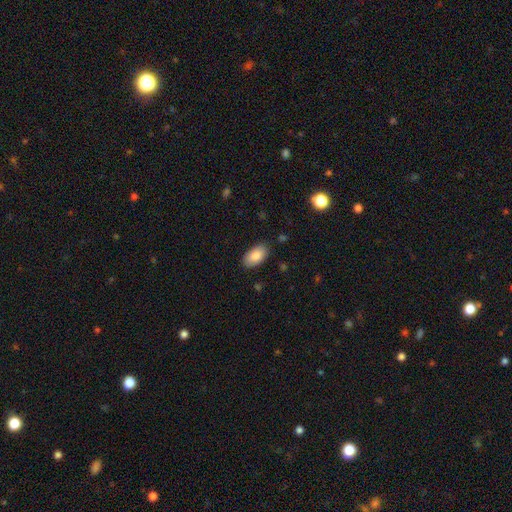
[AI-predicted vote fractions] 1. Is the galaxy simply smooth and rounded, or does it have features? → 87% smooth, 6% featured or disk, 6% star or artifact.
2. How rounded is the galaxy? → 95% in between, 4% round, 2% cigar-shaped.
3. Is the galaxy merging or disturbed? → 85% none, 11% minor disturbance, 2% major disturbance, 1% merger.